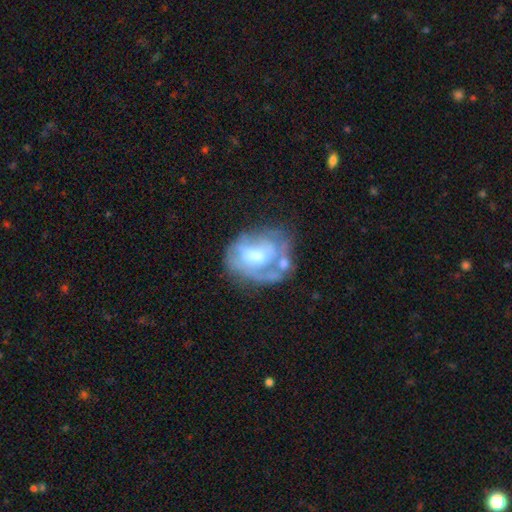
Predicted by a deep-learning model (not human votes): This is likely a featured or disk galaxy (65%). It is clearly not viewed edge-on (97%). Bar: possibly no (50%). Spiral arm pattern: possibly yes (51%). Central bulge: possibly moderate (55%). Merging: marginally none (36%).